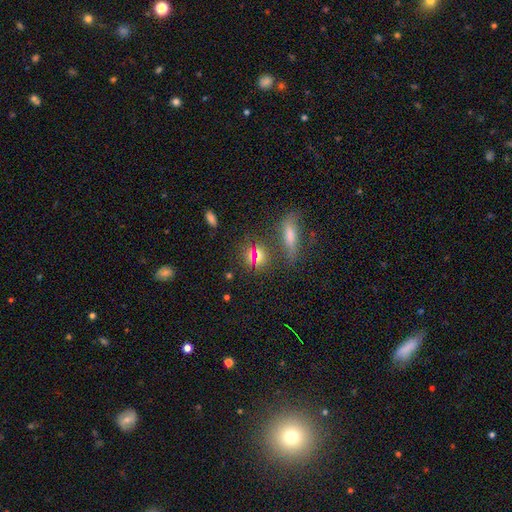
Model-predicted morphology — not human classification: This appears to be a smooth galaxy with no disk features (49%). Merging: none (74%).